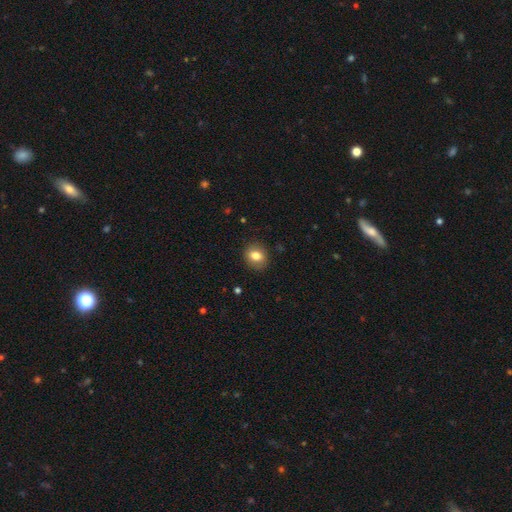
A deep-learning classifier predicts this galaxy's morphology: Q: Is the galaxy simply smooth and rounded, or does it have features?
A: smooth — 80%.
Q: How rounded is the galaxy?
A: round — 62%.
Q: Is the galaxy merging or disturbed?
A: none — 87%.